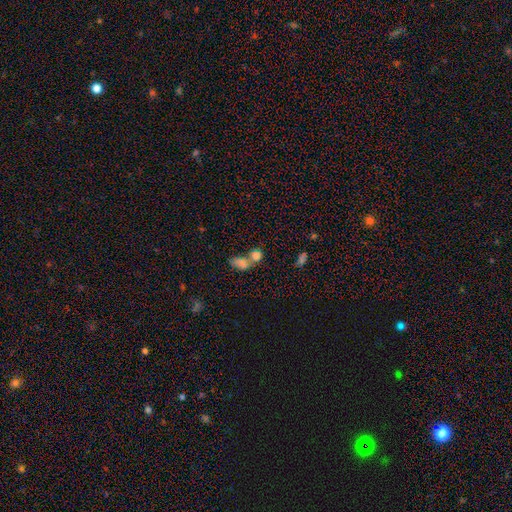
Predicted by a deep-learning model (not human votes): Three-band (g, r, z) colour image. It shows a smooth galaxy with no disk features (76%) that is in between round and cigar-shaped (60%). Merging: merger (62%).